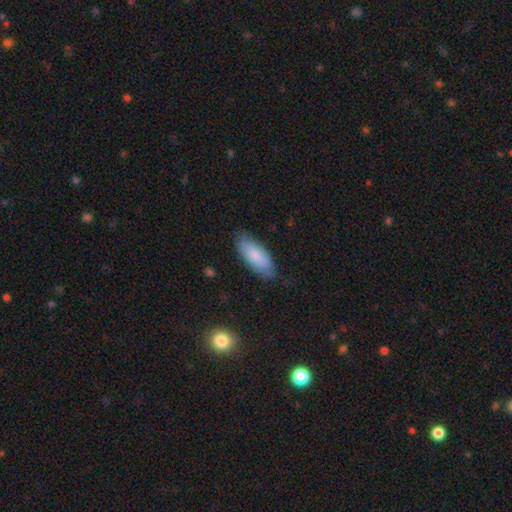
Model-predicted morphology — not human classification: Overall: smooth (75%). How rounded: in between (81%). Merging: none (76%).